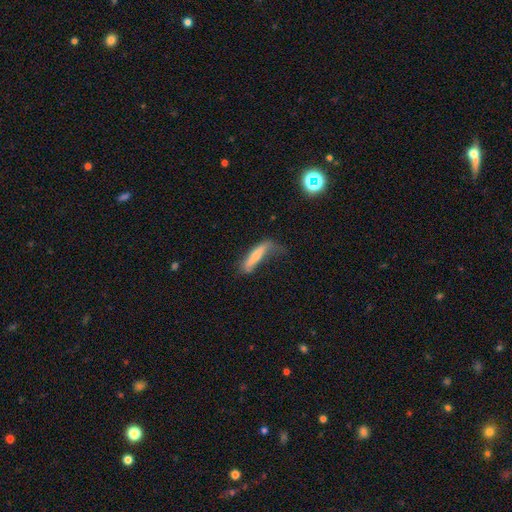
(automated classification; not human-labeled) A smooth galaxy with no disk features (70%) that is cigar-shaped (79%). Merging: none (36%).